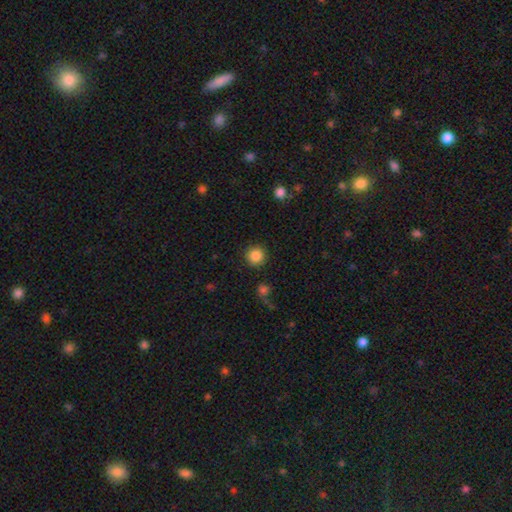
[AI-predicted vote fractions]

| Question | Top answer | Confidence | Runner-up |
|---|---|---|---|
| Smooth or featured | smooth | 86% | star or artifact (10%) |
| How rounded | round | 94% | in between (5%) |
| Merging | none | 89% | minor disturbance (6%) |